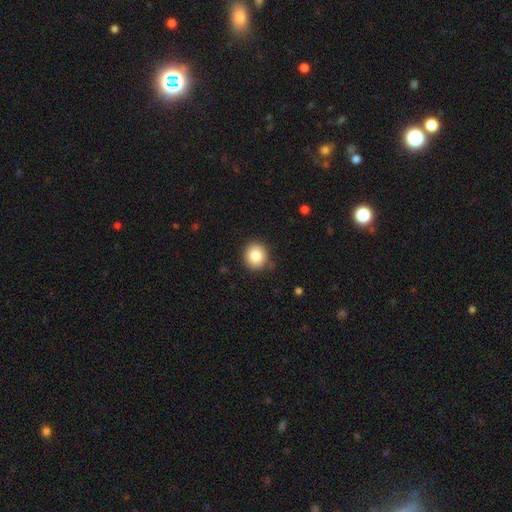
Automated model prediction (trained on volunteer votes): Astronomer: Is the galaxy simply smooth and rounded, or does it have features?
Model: smooth — 84%.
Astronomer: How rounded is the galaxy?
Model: round — 86%.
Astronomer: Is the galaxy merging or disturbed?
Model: none — 85%.